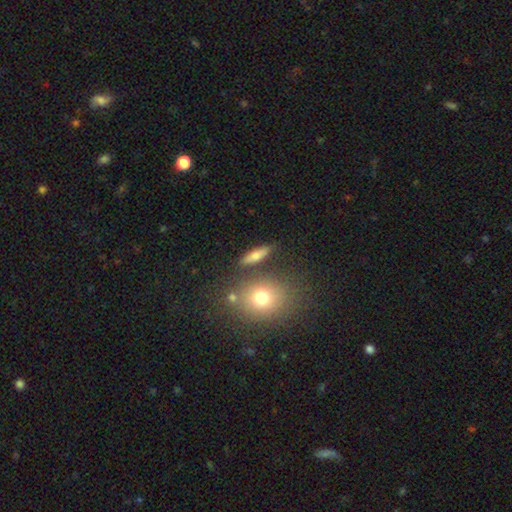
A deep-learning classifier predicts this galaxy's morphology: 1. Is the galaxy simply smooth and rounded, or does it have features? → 65% smooth, 25% featured or disk, 10% star or artifact.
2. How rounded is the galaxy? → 56% cigar-shaped, 34% in between, 11% round.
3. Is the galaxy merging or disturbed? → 79% none, 11% minor disturbance, 6% merger, 4% major disturbance.